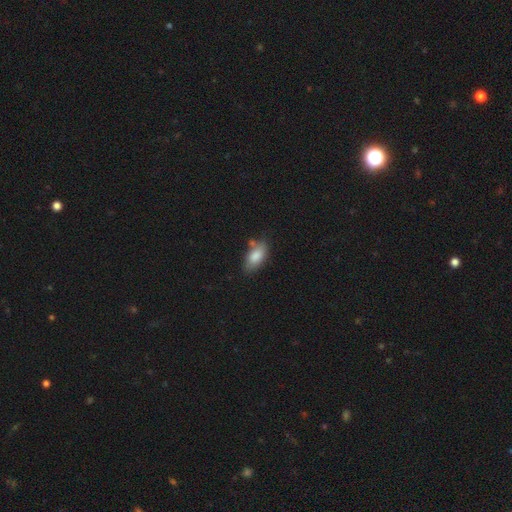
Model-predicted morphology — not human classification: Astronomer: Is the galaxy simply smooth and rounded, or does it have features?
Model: smooth — 83%.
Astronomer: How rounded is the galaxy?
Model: in between — 90%.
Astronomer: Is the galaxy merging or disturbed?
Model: none — 64%.